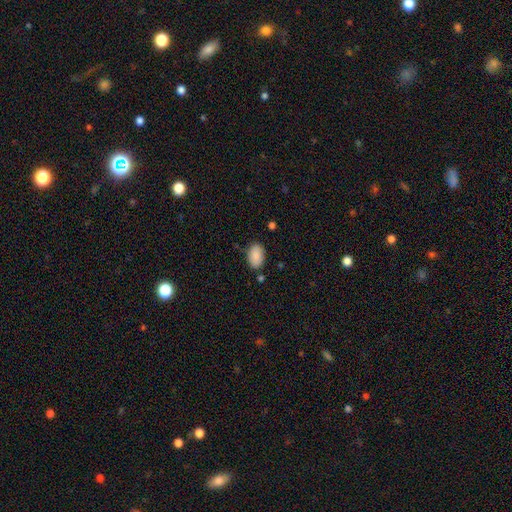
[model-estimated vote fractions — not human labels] A smooth galaxy with no disk features (89%) that is in between round and cigar-shaped (92%).

Vote fractions:
- Smooth or featured? smooth: 89% / star or artifact: 7% / featured or disk: 4%
- How rounded? in between: 92% / round: 7% / cigar-shaped: 1%
- Merging? none: 82% / minor disturbance: 13% / merger: 3% / major disturbance: 3%